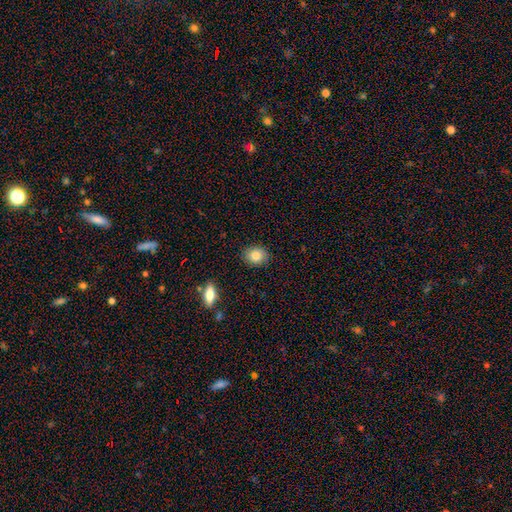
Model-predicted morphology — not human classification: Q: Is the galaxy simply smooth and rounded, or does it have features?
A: smooth — 84%.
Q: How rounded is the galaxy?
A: in between — 50%.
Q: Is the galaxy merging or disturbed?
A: none — 86%.